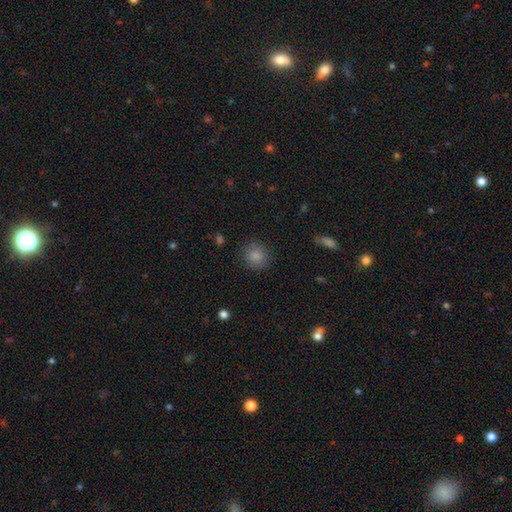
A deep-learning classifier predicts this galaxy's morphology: smooth 85%, star or artifact 9%, featured or disk 5%. Down the decision tree: how rounded — round (86%); merging — none (86%).